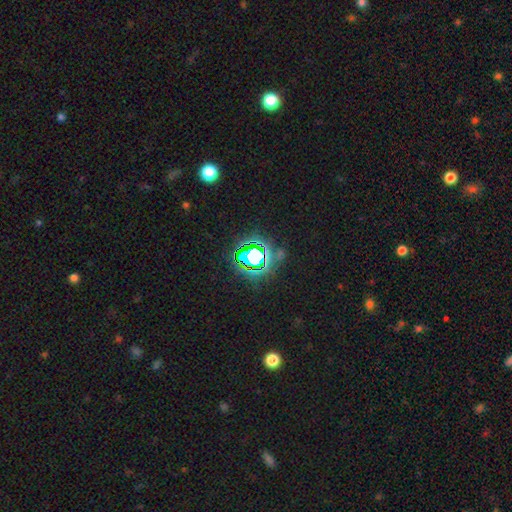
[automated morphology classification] A star or artifact, not a galaxy (70%).